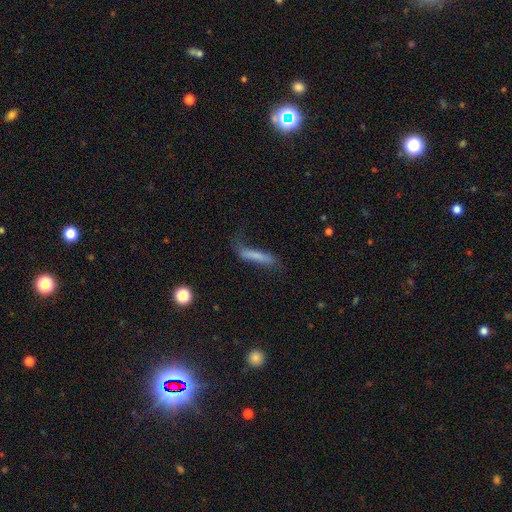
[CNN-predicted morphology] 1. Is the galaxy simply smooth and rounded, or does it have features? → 70% smooth, 22% featured or disk, 8% star or artifact.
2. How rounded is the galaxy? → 86% cigar-shaped, 12% in between, 2% round.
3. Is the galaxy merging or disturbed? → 50% none, 27% minor disturbance, 20% major disturbance, 4% merger.